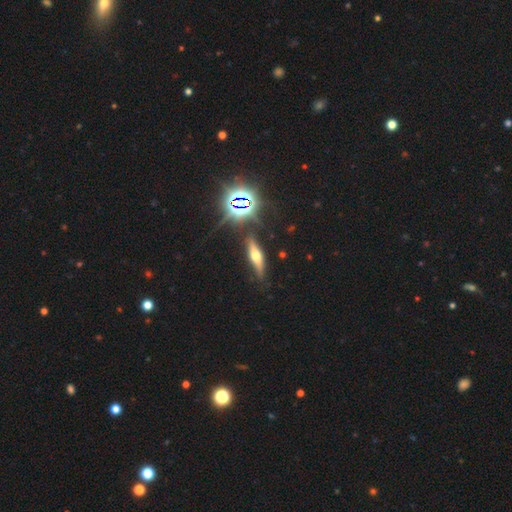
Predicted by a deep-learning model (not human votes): A featured or disk galaxy (49%). Merging: none (80%).